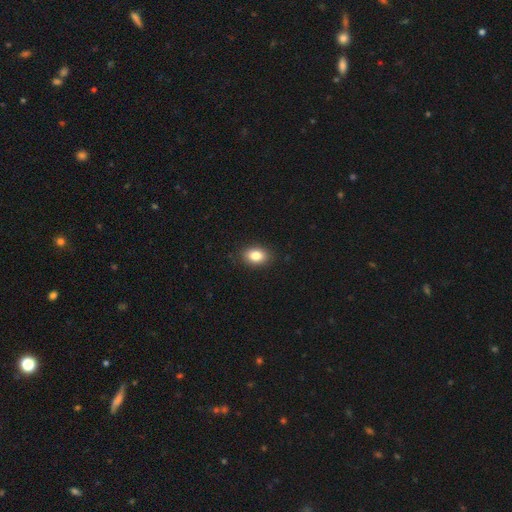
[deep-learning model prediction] Smooth or featured: smooth — 84% (star or artifact — 9%)
How rounded: in between — 79% (round — 19%)
Merging: none — 87% (minor disturbance — 10%)